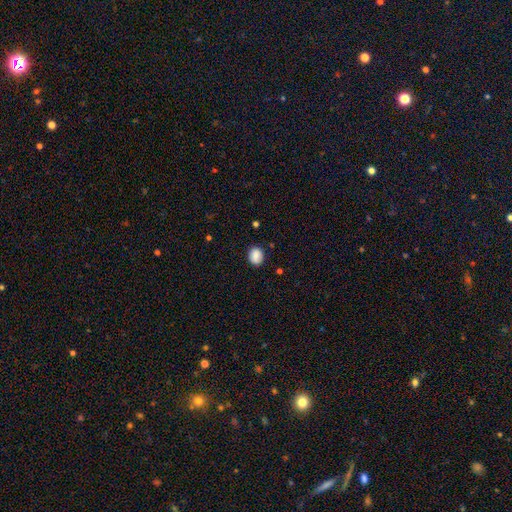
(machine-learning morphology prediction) smooth-or-featured: smooth: 87% | star or artifact: 8% | featured or disk: 5%
  how-rounded: round: 54% | in between: 45% | cigar-shaped: 1%
  merging: none: 85% | minor disturbance: 11% | major disturbance: 2% | merger: 1%